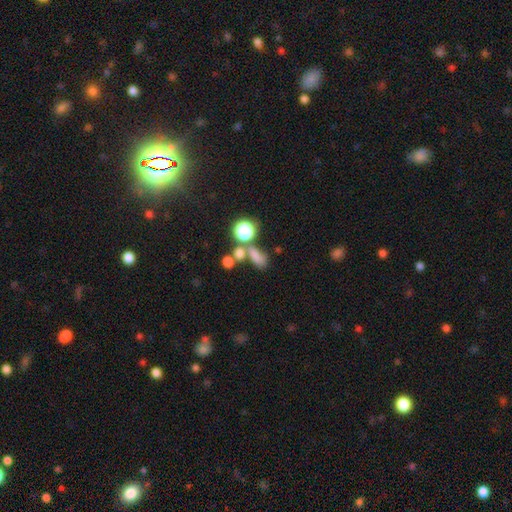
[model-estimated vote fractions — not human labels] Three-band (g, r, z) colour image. It shows a smooth galaxy with no disk features (67%) that is in between round and cigar-shaped (61%). Merging: none (44%).